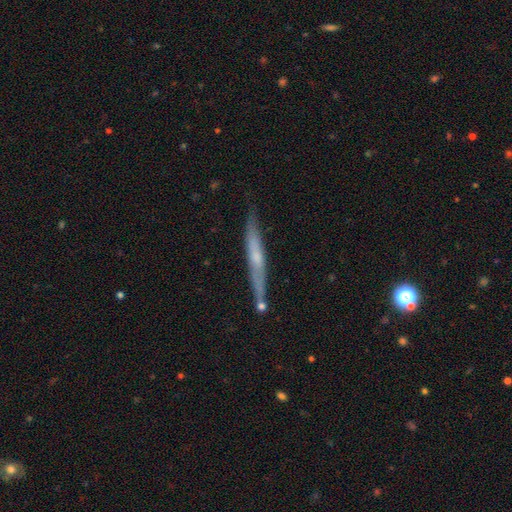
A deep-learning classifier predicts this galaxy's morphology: The model was most divided on "edge-on bulge": none: 53%, rounded: 42%, boxy: 6%. More confident: edge-on disk — yes (93%); merging — none (79%); smooth or featured — featured or disk (55%).